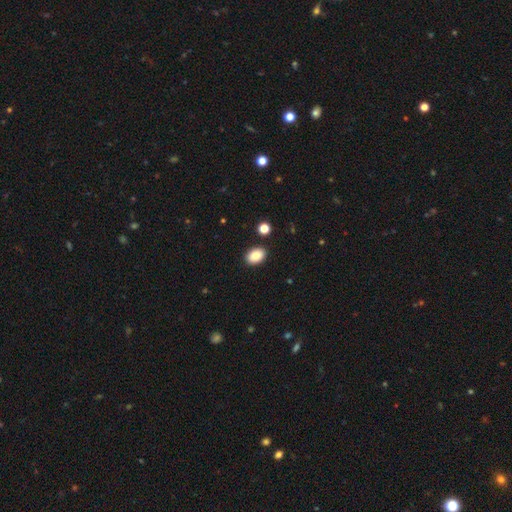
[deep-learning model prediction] Smooth or featured? smooth (88%)
How rounded? in between (85%)
Merging? none (88%)